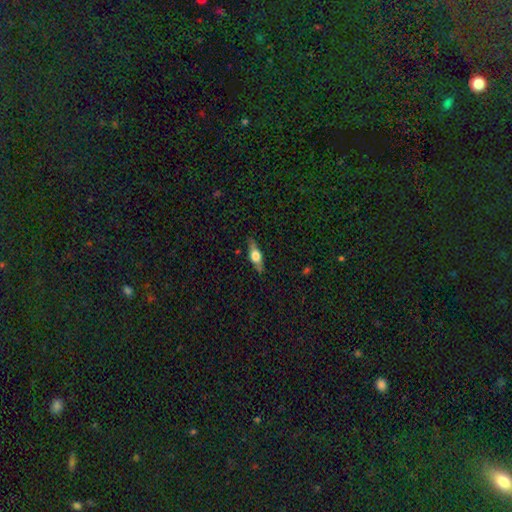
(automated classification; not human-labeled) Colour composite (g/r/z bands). It shows a featured or disk galaxy (57%) viewed edge-on (93%) with a rounded central bulge (93%). Merging: none (86%).